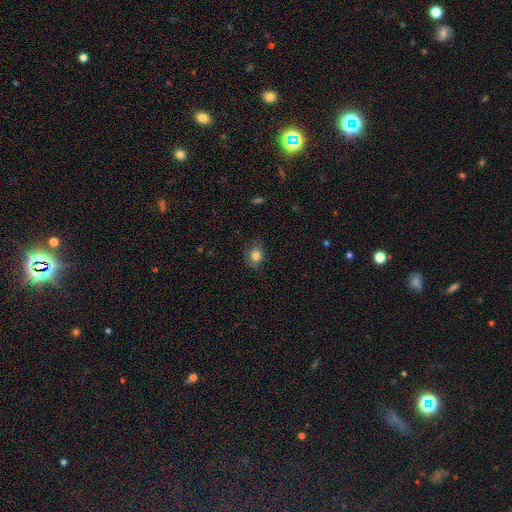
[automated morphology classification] Smooth or featured?
  - smooth: 81% *
  - star or artifact: 10%
  - featured or disk: 9%
How rounded?
  - in between: 52% *
  - round: 47%
  - cigar-shaped: 1%
Merging?
  - none: 72% *
  - minor disturbance: 21%
  - major disturbance: 6%
  - merger: 1%